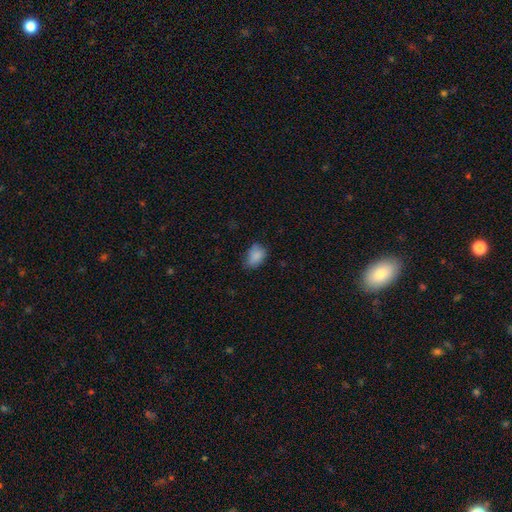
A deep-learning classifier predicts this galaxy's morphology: Smooth or featured: smooth — 86% (star or artifact — 9%)
How rounded: in between — 77% (round — 22%)
Merging: none — 62% (minor disturbance — 30%)